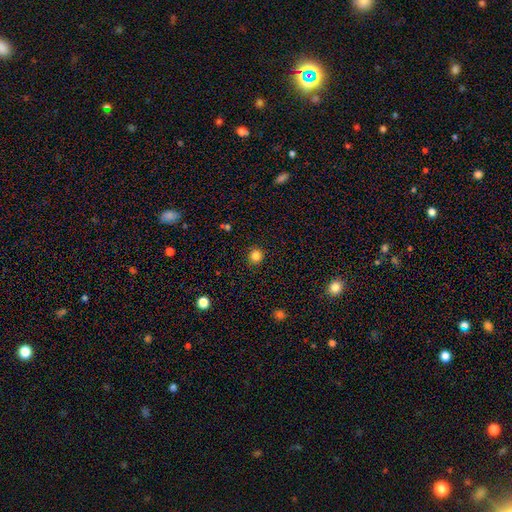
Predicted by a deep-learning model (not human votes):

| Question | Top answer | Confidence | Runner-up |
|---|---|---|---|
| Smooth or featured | smooth | 84% | star or artifact (12%) |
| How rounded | round | 92% | in between (7%) |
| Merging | none | 91% | minor disturbance (6%) |